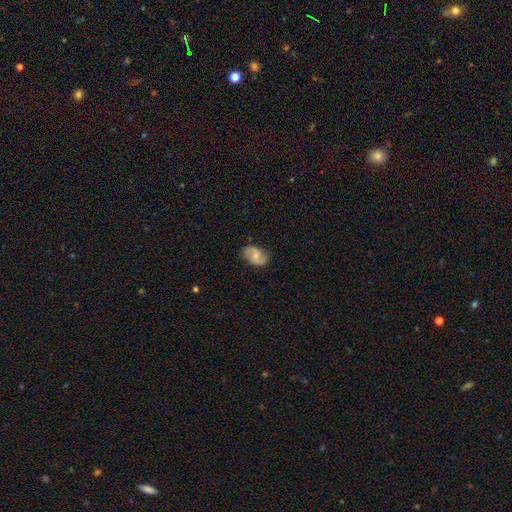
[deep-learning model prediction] Smooth or featured: featured or disk — 53% (smooth — 40%)
Edge-on disk: no — 96% (yes — 4%)
Bar: no — 56% (weak — 37%)
Spiral arms: yes — 85% (no — 15%)
Bulge size: moderate — 48% (small — 44%)
Merging: none — 80% (minor disturbance — 16%)